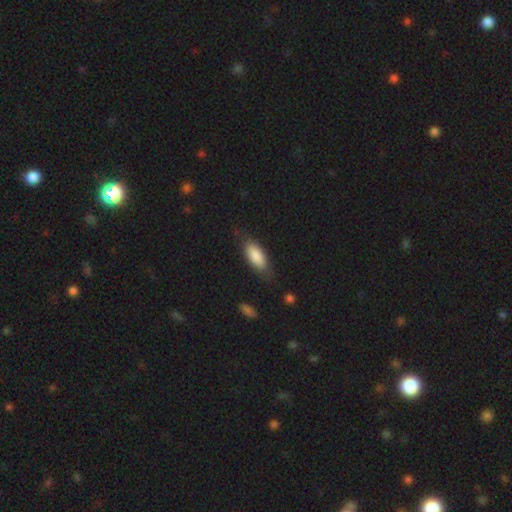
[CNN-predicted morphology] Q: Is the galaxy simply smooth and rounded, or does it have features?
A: smooth — 84%.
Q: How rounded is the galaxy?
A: in between — 81%.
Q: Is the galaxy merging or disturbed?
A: none — 74%.